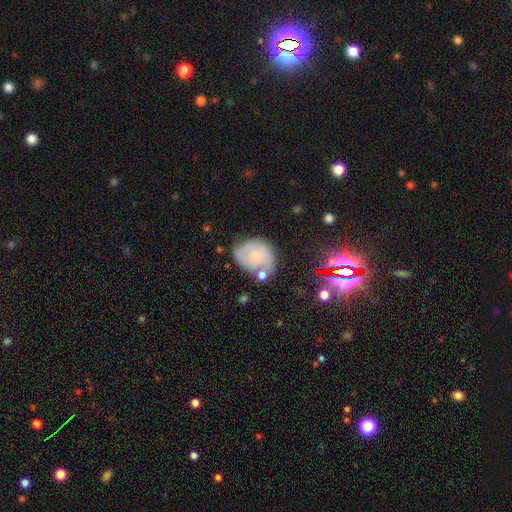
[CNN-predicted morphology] Overall: featured or disk (46%; smooth 43%). Merging: none (44%; minor disturbance 30%).